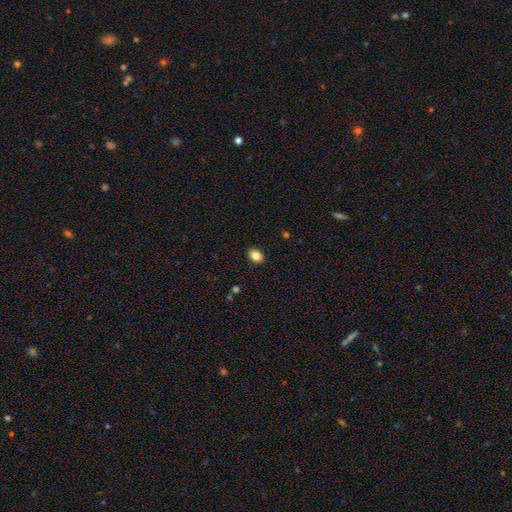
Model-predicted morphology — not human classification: A smooth galaxy with no disk features (84%) that is in between round and cigar-shaped (64%).

Vote fractions:
- Smooth or featured? smooth: 84% / star or artifact: 10% / featured or disk: 6%
- How rounded? in between: 64% / round: 35% / cigar-shaped: 1%
- Merging? none: 90% / minor disturbance: 8% / major disturbance: 2% / merger: 1%